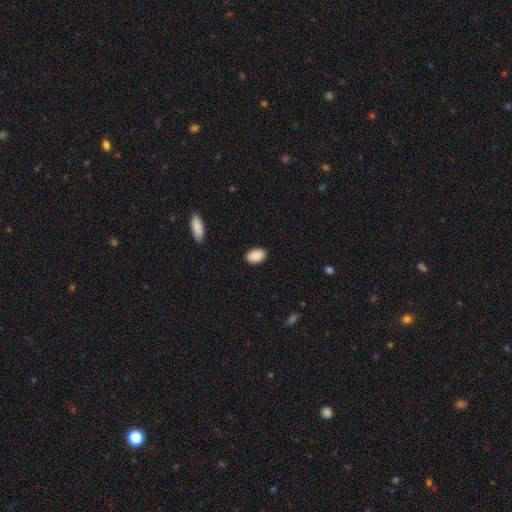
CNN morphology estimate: A smooth galaxy with no disk features (90%) that is in between round and cigar-shaped (90%). Merging: none (89%).